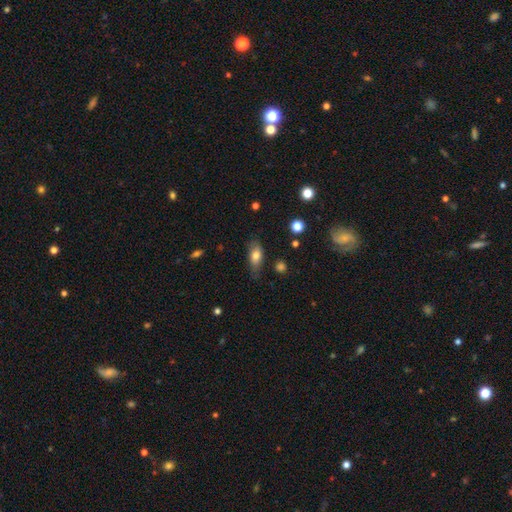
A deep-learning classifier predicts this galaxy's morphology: smooth-or-featured: smooth: 76% | featured or disk: 17% | star or artifact: 8%
  how-rounded: in between: 83% | cigar-shaped: 11% | round: 5%
  merging: none: 70% | minor disturbance: 23% | major disturbance: 5% | merger: 2%